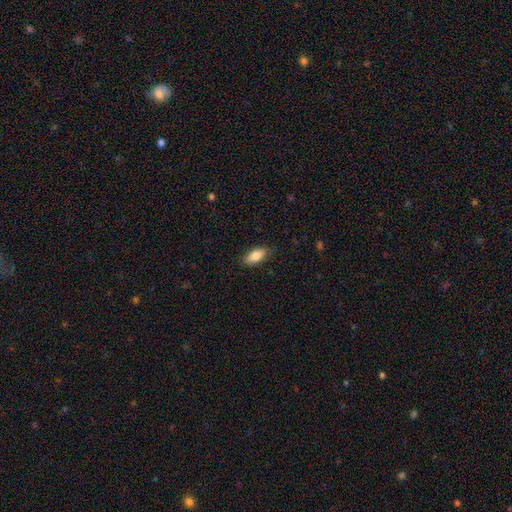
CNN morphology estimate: smooth-or-featured: smooth: 80% | featured or disk: 14% | star or artifact: 6%
  how-rounded: in between: 86% | cigar-shaped: 12% | round: 3%
  merging: none: 84% | minor disturbance: 13% | major disturbance: 2% | merger: 1%